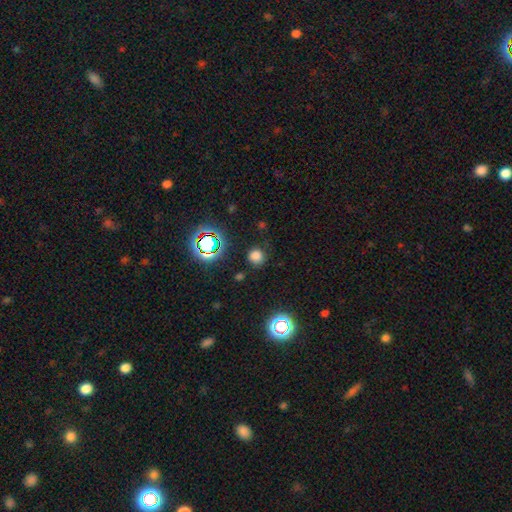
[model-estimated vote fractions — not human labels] Smooth or featured?
  - smooth: 73% *
  - star or artifact: 21%
  - featured or disk: 5%
How rounded?
  - round: 90% *
  - in between: 9%
  - cigar-shaped: 1%
Merging?
  - none: 83% *
  - minor disturbance: 11%
  - major disturbance: 4%
  - merger: 2%